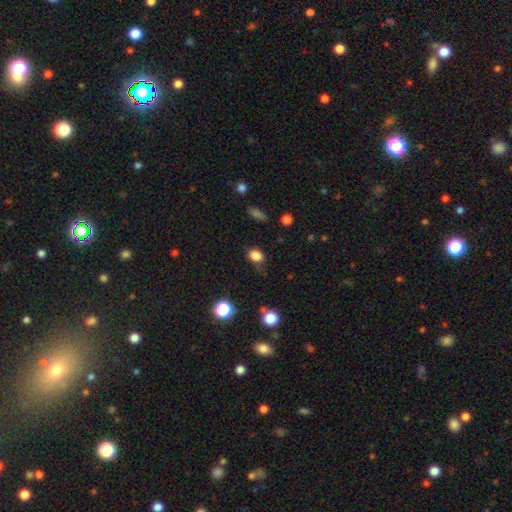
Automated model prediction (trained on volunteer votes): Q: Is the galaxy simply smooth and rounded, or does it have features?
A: smooth — 83%.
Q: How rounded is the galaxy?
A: in between — 59%.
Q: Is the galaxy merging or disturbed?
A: none — 63%.